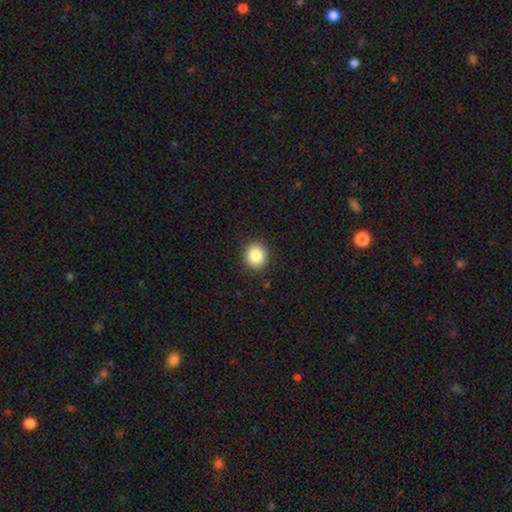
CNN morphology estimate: This is clearly a smooth galaxy (85%). How rounded: clearly round (86%). Merging: clearly none (91%).